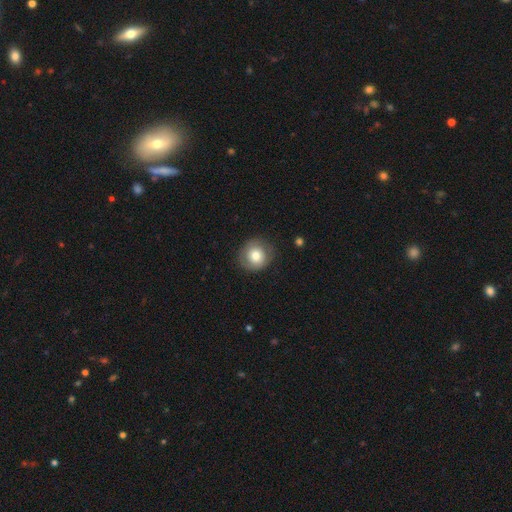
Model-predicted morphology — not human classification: smooth-or-featured: smooth: 72% | featured or disk: 20% | star or artifact: 8%
  how-rounded: round: 89% | in between: 10% | cigar-shaped: 1%
  merging: none: 80% | minor disturbance: 14% | major disturbance: 5% | merger: 1%